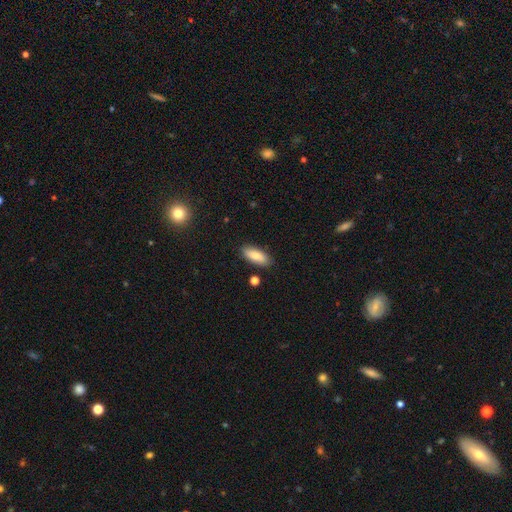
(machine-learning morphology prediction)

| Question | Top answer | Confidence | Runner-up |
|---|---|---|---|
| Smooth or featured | smooth | 85% | featured or disk (8%) |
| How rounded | in between | 77% | cigar-shaped (21%) |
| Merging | none | 85% | minor disturbance (11%) |